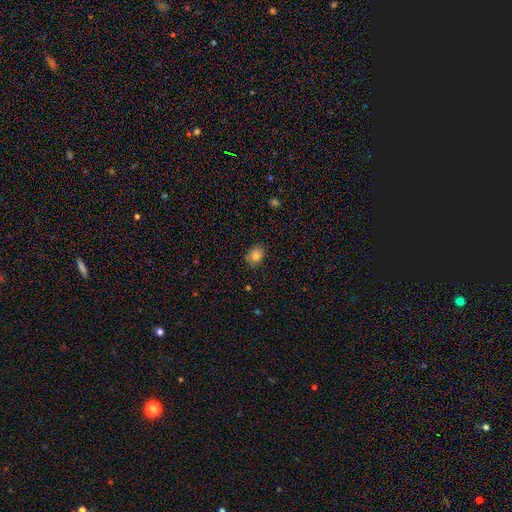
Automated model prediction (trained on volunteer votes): Overall: smooth (81%). How rounded: in between (50%; round 49%). Merging: none (78%).